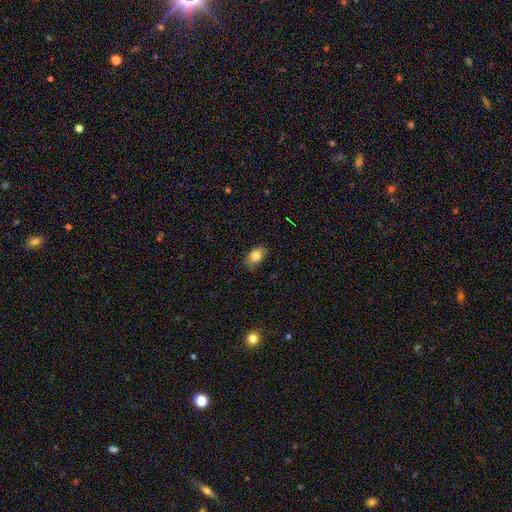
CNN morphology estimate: This appears to be a smooth galaxy with no disk features (81%) that is in between round and cigar-shaped (80%). Merging: none (79%).